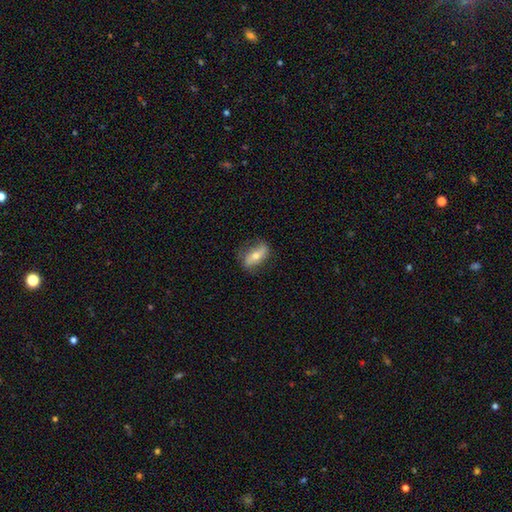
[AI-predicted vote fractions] smooth-or-featured: featured or disk: 48% | smooth: 44% | star or artifact: 7%
  merging: none: 75% | minor disturbance: 19% | major disturbance: 5% | merger: 1%